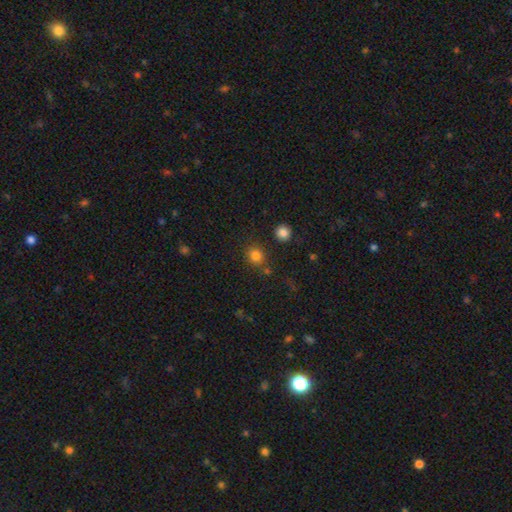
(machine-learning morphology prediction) A smooth galaxy with no disk features (82%) that is round (80%). Merging: none (79%).